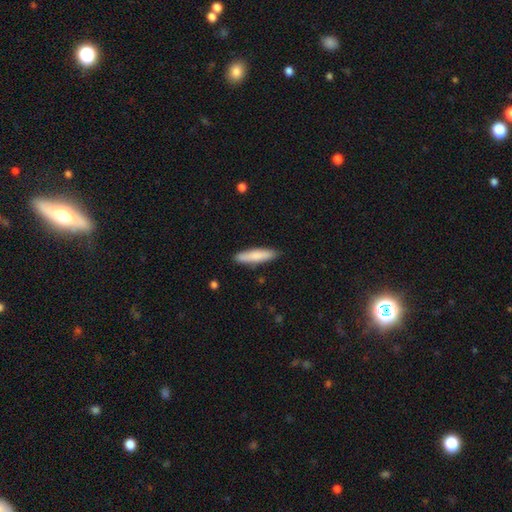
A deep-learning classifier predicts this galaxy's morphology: Smooth or featured? smooth (80%)
How rounded? cigar-shaped (80%)
Merging? none (87%)